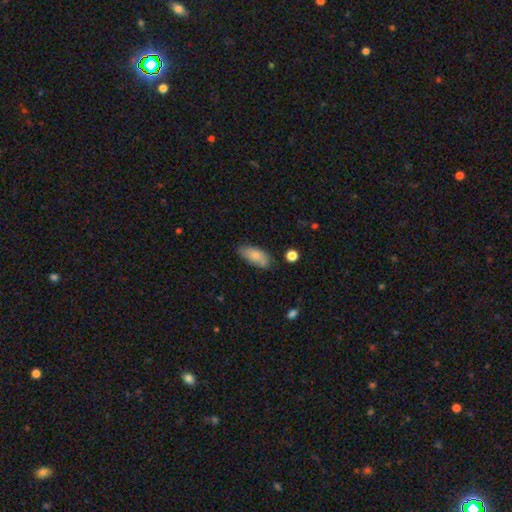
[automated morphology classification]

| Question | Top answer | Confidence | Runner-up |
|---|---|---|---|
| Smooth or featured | smooth | 80% | featured or disk (13%) |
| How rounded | in between | 88% | cigar-shaped (10%) |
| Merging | none | 72% | minor disturbance (21%) |